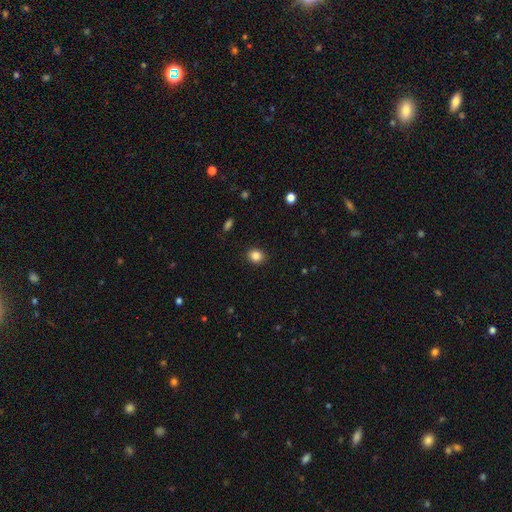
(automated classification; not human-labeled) Smooth or featured? Predicted: smooth (p=0.86). How rounded? Predicted: round (p=0.72). Merging? Predicted: none (p=0.90).